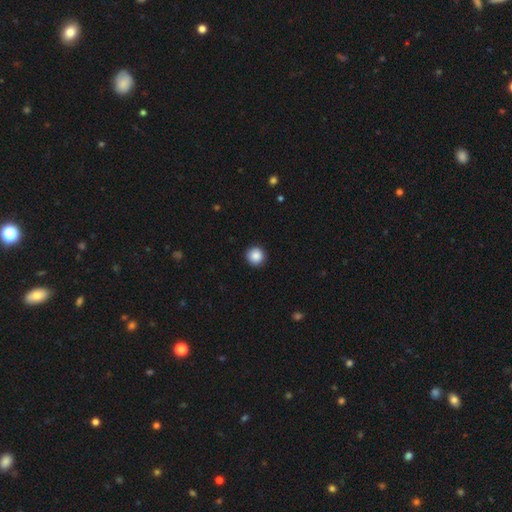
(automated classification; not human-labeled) Smooth or featured?
  - smooth: 88% *
  - star or artifact: 9%
  - featured or disk: 3%
How rounded?
  - round: 96% *
  - in between: 3%
  - cigar-shaped: 1%
Merging?
  - none: 93% *
  - minor disturbance: 4%
  - major disturbance: 1%
  - merger: 1%